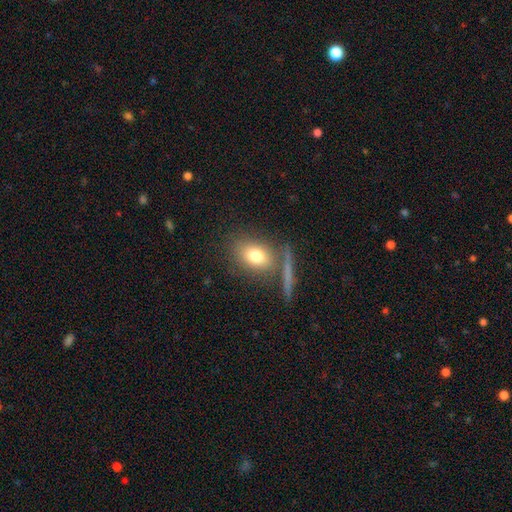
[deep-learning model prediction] Morphology: type=smooth (76%); roundness=in between (66%); merging=none (69%).